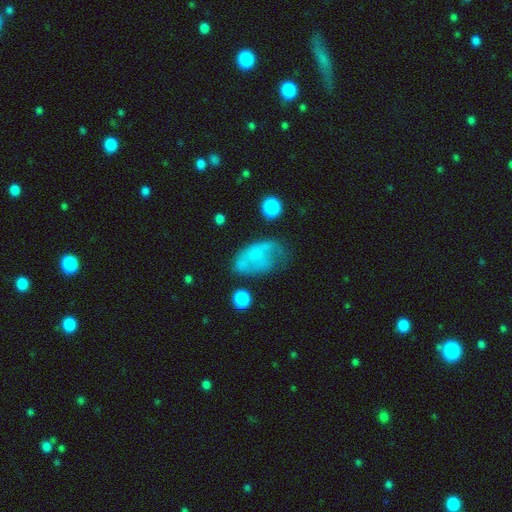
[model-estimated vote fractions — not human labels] This appears to be a smooth galaxy with no disk features (50%) that is in between round and cigar-shaped (89%). Merging: none (34%).